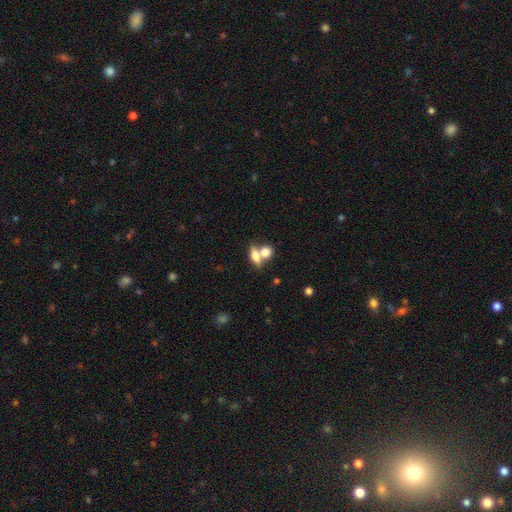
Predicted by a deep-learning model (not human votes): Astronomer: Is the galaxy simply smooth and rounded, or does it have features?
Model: smooth — 72%.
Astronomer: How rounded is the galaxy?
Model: in between — 67%.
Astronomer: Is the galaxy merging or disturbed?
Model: merger — 55% (runner-up: none, 33%).